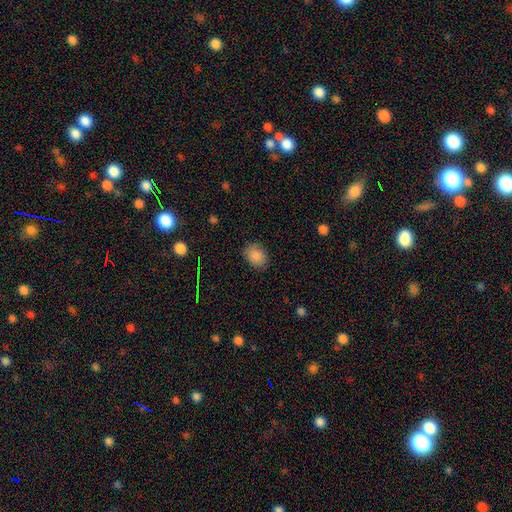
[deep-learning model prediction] Smooth or featured?
  - smooth: 86% *
  - star or artifact: 9%
  - featured or disk: 5%
How rounded?
  - in between: 66% *
  - round: 33%
  - cigar-shaped: 1%
Merging?
  - none: 83% *
  - minor disturbance: 13%
  - major disturbance: 3%
  - merger: 1%